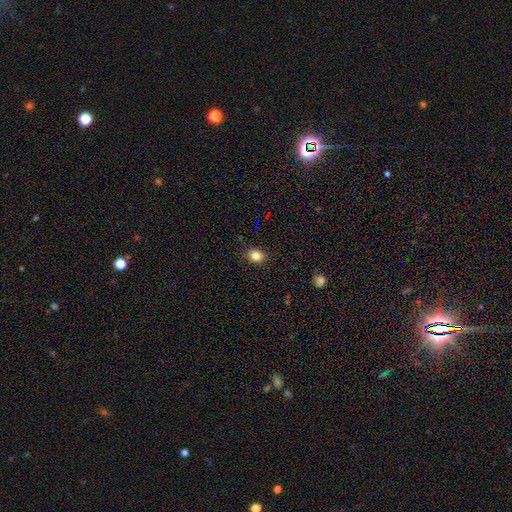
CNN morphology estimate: Smooth or featured? Predicted: smooth (p=0.84). How rounded? Predicted: round (p=0.61). Merging? Predicted: none (p=0.89).